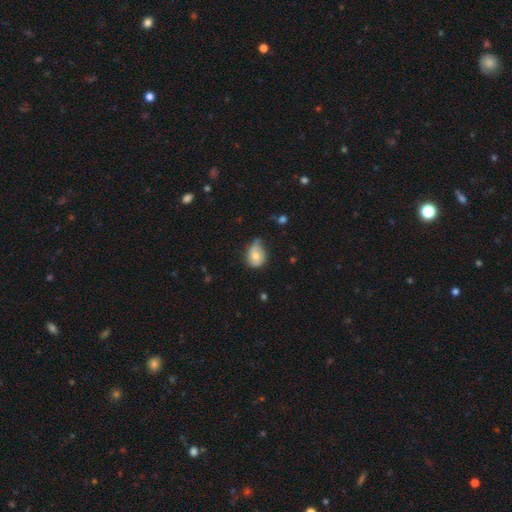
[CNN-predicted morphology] This appears to be a smooth galaxy with no disk features (63%) that is in between round and cigar-shaped (52%). Merging: minor disturbance (46%).